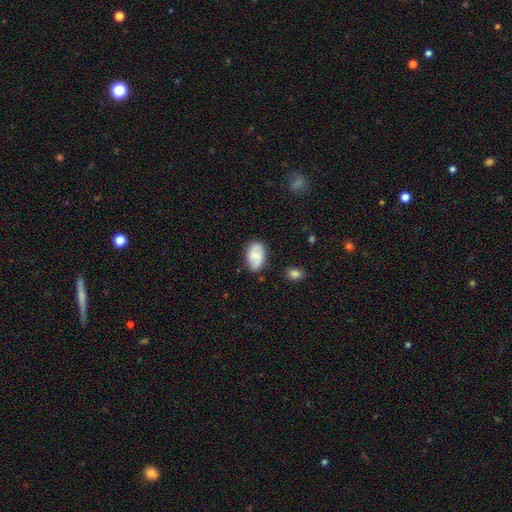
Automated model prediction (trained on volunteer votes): A smooth galaxy with no disk features (63%) that is in between round and cigar-shaped (90%). Merging: none (77%).